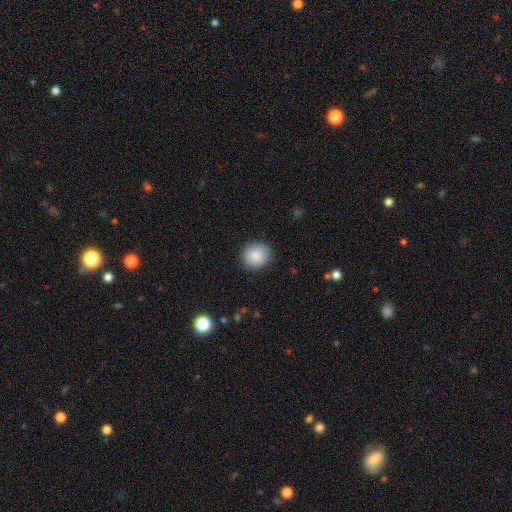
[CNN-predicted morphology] Smooth or featured: smooth — 88% (star or artifact — 8%)
How rounded: round — 88% (in between — 11%)
Merging: none — 88% (minor disturbance — 8%)